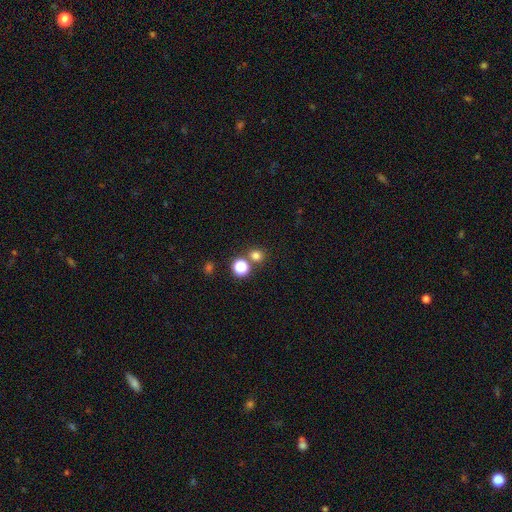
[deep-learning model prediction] This is likely a smooth galaxy (74%). How rounded: clearly round (86%). Merging: likely none (73%).